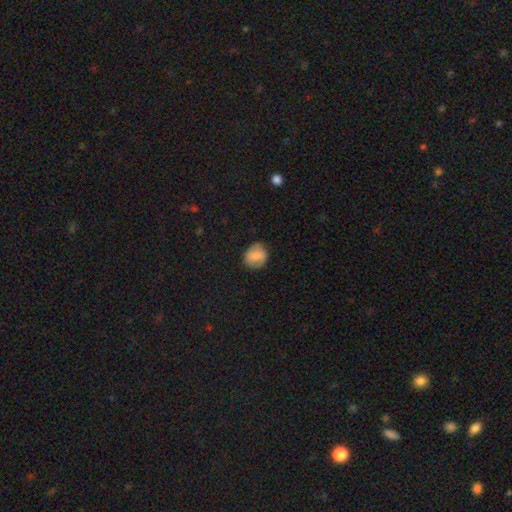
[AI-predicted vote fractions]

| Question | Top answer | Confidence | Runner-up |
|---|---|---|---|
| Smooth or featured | smooth | 74% | featured or disk (18%) |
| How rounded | round | 65% | in between (33%) |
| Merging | none | 77% | minor disturbance (17%) |